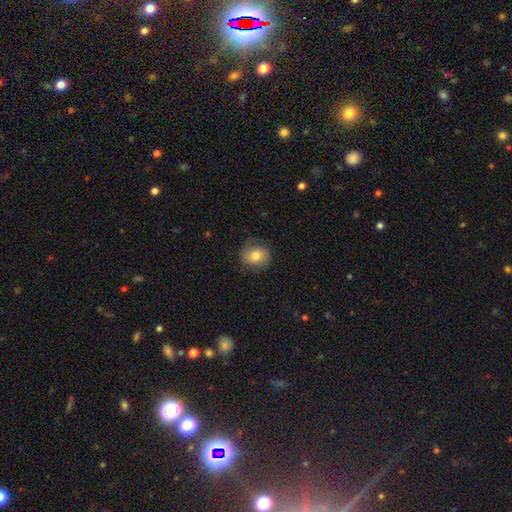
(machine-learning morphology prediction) type=smooth (70%); roundness=round (70%); merging=none (74%).